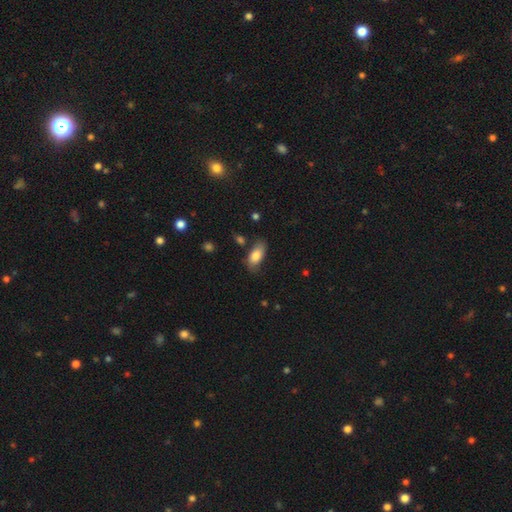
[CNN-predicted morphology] smooth_or_featured: smooth (p=0.79) [alt: featured or disk p=0.14]
how_rounded: in between (p=0.90) [alt: cigar-shaped p=0.06]
merging: none (p=0.69) [alt: minor disturbance p=0.22]